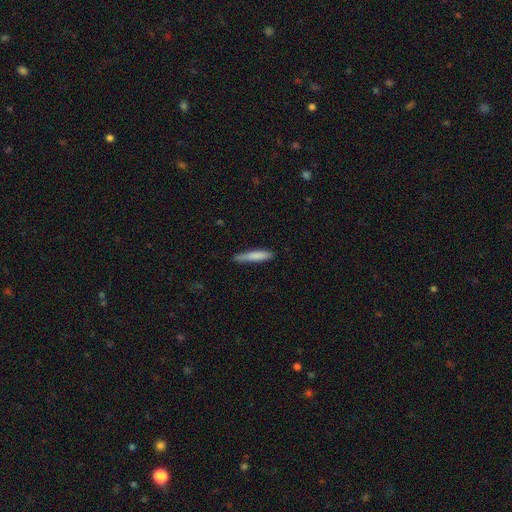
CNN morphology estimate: smooth_or_featured: smooth (p=0.79) [alt: featured or disk p=0.14]
how_rounded: cigar-shaped (p=0.90) [alt: in between p=0.09]
merging: none (p=0.74) [alt: minor disturbance p=0.21]